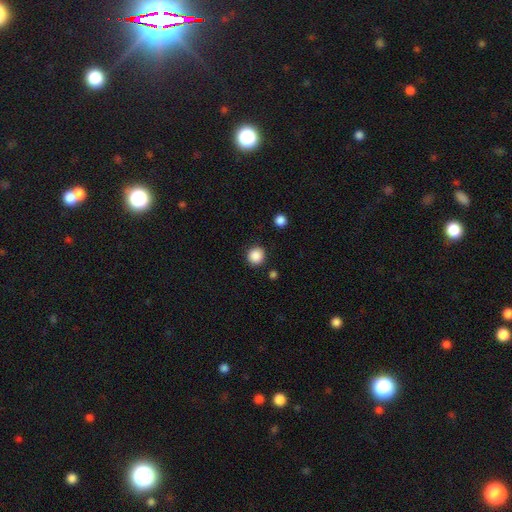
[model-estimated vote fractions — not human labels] Smooth or featured? Predicted: smooth (p=0.88). How rounded? Predicted: round (p=0.92). Merging? Predicted: none (p=0.89).